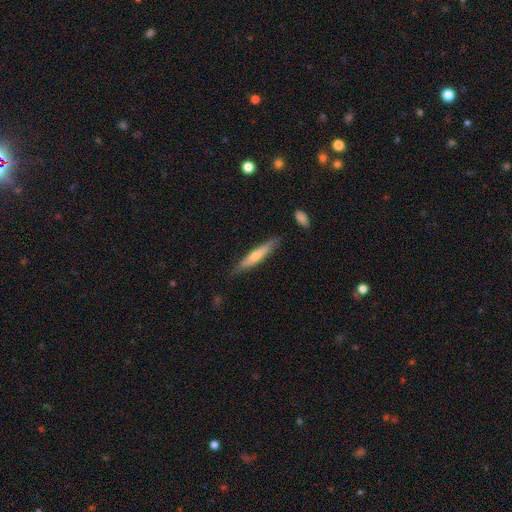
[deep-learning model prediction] This appears to be a smooth galaxy with no disk features (51%) that is cigar-shaped (90%). Merging: none (84%).